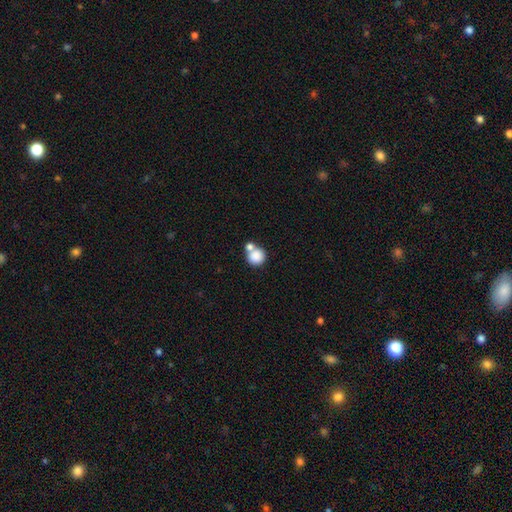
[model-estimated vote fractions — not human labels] This appears to be a smooth galaxy with no disk features (84%) that is round (91%). Merging: none (49%).